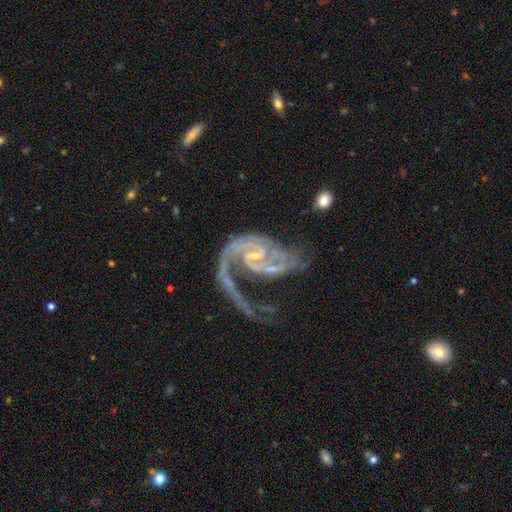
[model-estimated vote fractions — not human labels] smooth-or-featured: featured or disk: 89% | star or artifact: 6% | smooth: 5%
  disk-edge-on: no: 98% | yes: 2%
    bar: weak: 42% (tied) | no: 42% (tied) | strong: 16%
    has-spiral-arms: yes: 93% | no: 7%
      spiral-winding: medium: 43% | loose: 36% | tight: 21%
      spiral-arm-count: 2: 50% | 1: 30% | can't tell: 9% | 3: 6% | 4: 3% | more than 4: 3%
    bulge-size: small: 69% | moderate: 16% | none: 12% | large: 2% | dominant: 1%
  merging: major disturbance: 48% | none: 25% | minor disturbance: 14% | merger: 14%